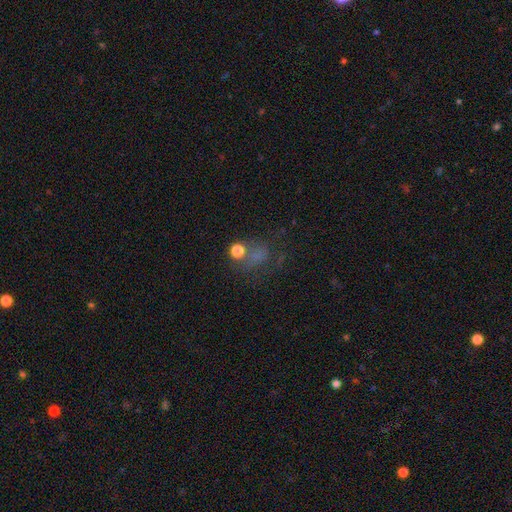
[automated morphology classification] smooth_or_featured: smooth (p=0.47) [alt: star or artifact p=0.33]
merging: none (p=0.48) [alt: major disturbance p=0.25]